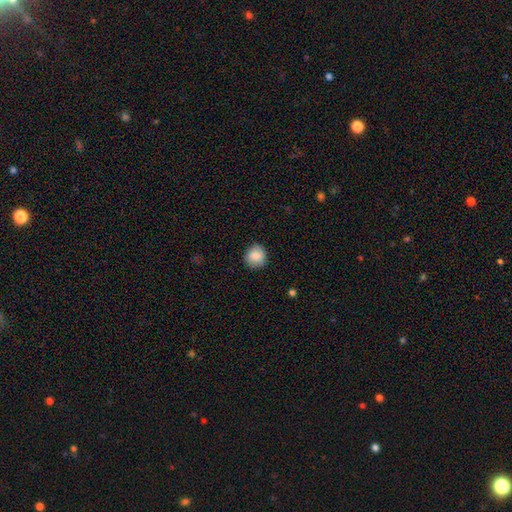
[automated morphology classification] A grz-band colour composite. It shows a smooth galaxy with no disk features (85%) that is round (88%). Merging: none (86%).